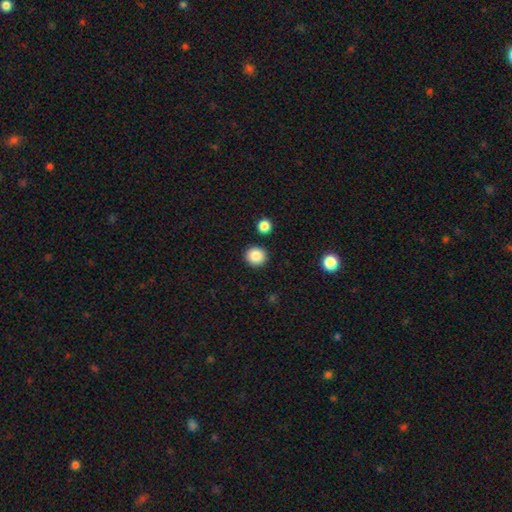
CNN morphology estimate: This appears to be a smooth galaxy with no disk features (87%) that is round (91%). Merging: none (90%).